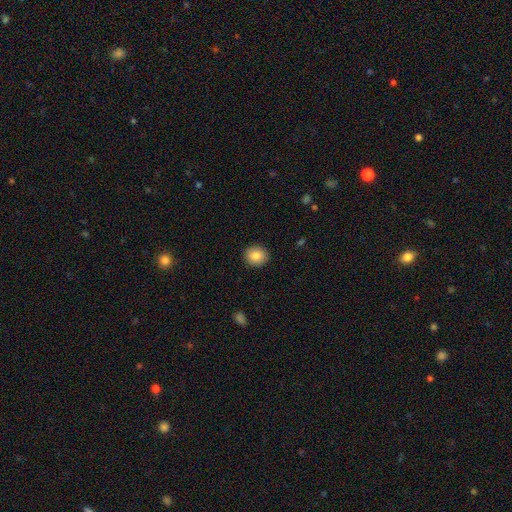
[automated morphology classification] Smooth or featured?
  - smooth: 85% *
  - star or artifact: 8%
  - featured or disk: 7%
How rounded?
  - round: 85% *
  - in between: 14%
  - cigar-shaped: 1%
Merging?
  - none: 92% *
  - minor disturbance: 5%
  - major disturbance: 2%
  - merger: 1%